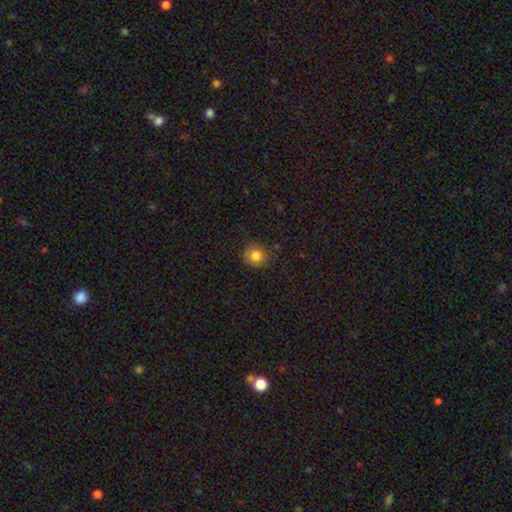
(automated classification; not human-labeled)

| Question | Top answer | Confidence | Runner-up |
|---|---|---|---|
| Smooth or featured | smooth | 83% | star or artifact (11%) |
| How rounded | round | 90% | in between (9%) |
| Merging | none | 84% | minor disturbance (12%) |